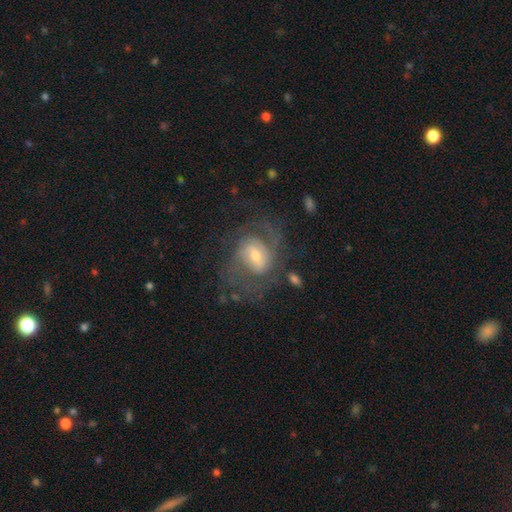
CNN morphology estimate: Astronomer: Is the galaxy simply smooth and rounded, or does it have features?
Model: featured or disk — 80%.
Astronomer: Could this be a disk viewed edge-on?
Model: no — 97%.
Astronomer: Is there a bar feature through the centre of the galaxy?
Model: weak — 51% (runner-up: no, 33%).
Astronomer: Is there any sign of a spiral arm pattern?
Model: yes — 91%.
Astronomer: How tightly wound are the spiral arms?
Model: medium — 46% (runner-up: tight, 36%).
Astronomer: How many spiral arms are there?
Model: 2 — 46% (runner-up: can't tell, 27%).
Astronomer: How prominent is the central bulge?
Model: moderate — 50% (runner-up: small, 41%).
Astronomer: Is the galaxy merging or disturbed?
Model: none — 58%.